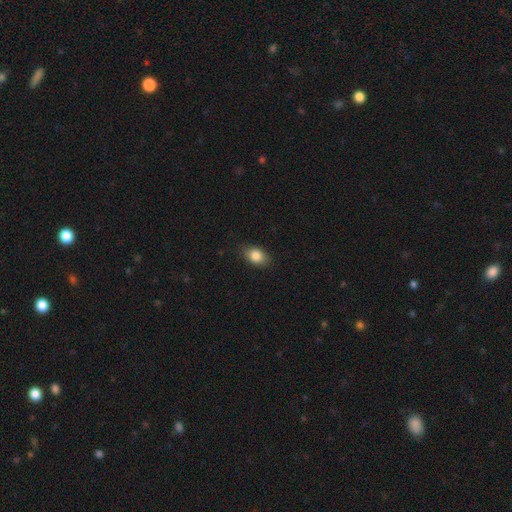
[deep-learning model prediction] This is clearly a smooth galaxy (85%). How rounded: clearly in between (81%). Merging: clearly none (84%).